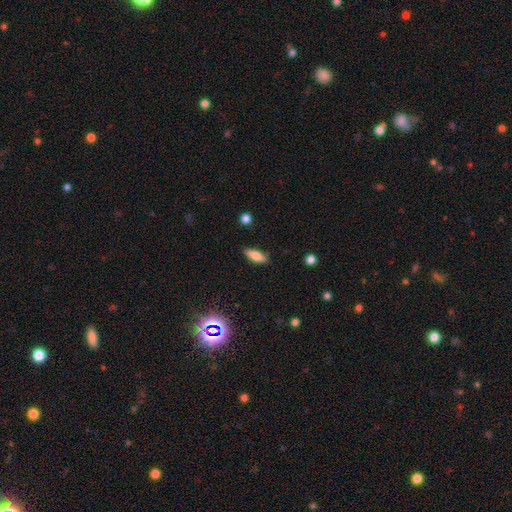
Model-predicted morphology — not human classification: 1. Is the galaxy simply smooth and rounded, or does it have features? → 78% smooth, 14% featured or disk, 8% star or artifact.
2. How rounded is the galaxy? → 60% in between, 38% cigar-shaped, 2% round.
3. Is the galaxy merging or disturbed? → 86% none, 10% minor disturbance, 2% major disturbance, 1% merger.